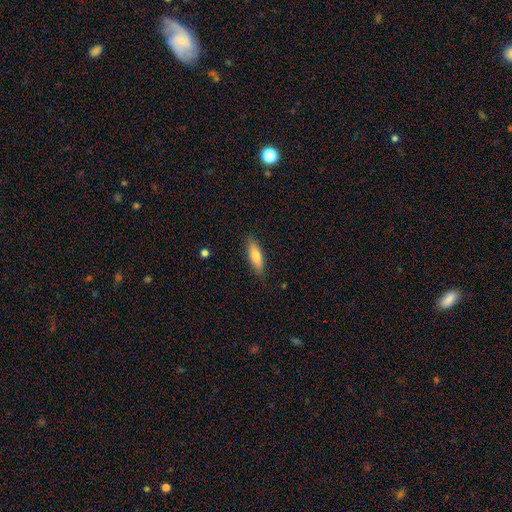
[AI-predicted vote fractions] This is likely a smooth galaxy (77%). How rounded: possibly in between (54%). Merging: clearly none (85%).